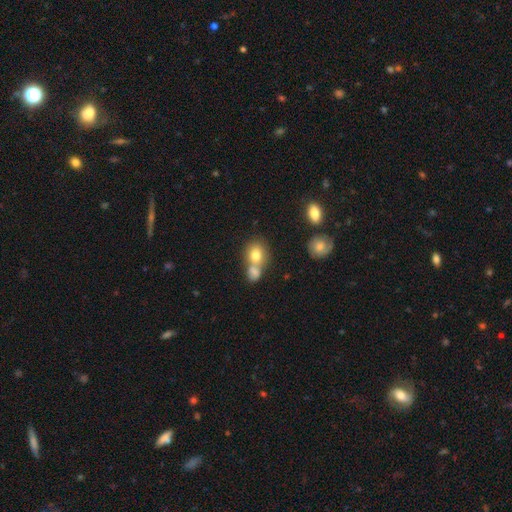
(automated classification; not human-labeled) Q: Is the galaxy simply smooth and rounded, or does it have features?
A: smooth — 77%.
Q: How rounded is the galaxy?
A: round — 61%.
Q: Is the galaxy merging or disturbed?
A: merger — 52%.